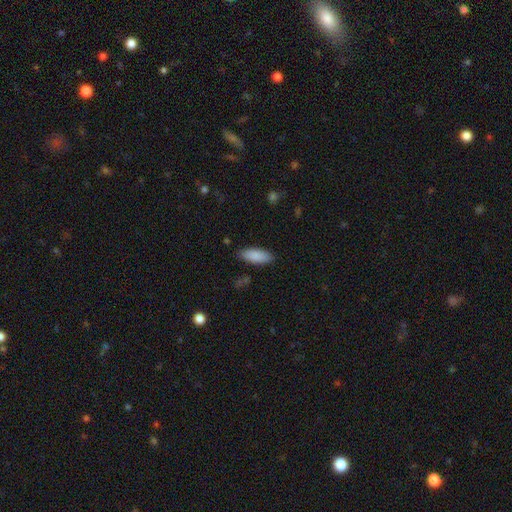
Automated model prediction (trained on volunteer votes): This is clearly a smooth galaxy (88%). How rounded: likely in between (74%). Merging: clearly none (86%).